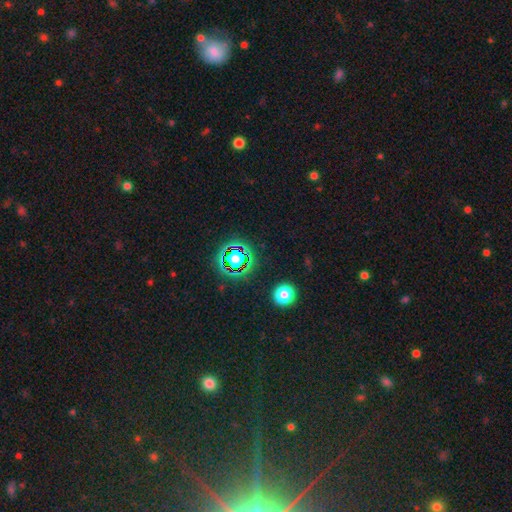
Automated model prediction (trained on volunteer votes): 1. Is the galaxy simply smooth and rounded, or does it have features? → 74% star or artifact, 15% smooth, 11% featured or disk.